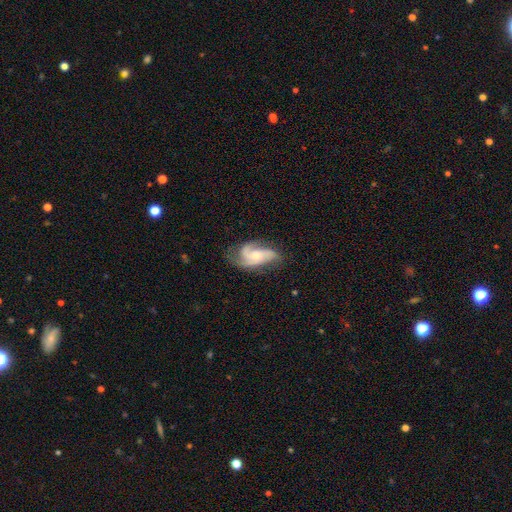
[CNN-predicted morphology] Q: Smooth or featured?
A: featured or disk (81%); runner-up: smooth (13%)
Q: Edge-on disk?
A: no (97%); runner-up: yes (3%)
Q: Bar?
A: no (66%); runner-up: weak (27%)
Q: Spiral arms?
A: yes (96%); runner-up: no (4%)
Q: Spiral winding?
A: medium (50%); runner-up: tight (26%)
Q: Spiral arm count?
A: 3 (62%); runner-up: 2 (19%)
Q: Bulge size?
A: small (50%); runner-up: moderate (35%)
Q: Merging?
A: none (58%); runner-up: minor disturbance (23%)